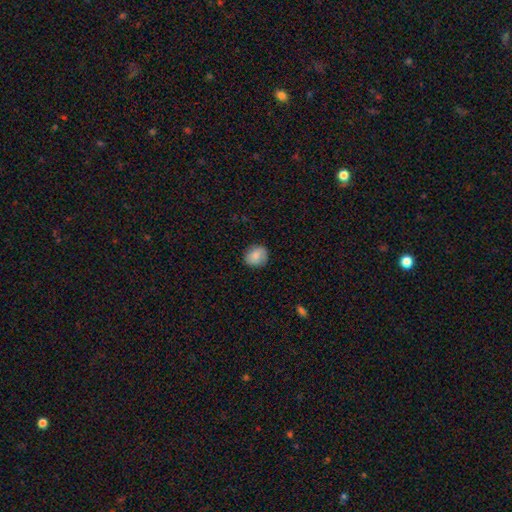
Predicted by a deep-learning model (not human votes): Smooth or featured: smooth — 84% (featured or disk — 8%)
How rounded: round — 70% (in between — 29%)
Merging: none — 83% (minor disturbance — 13%)